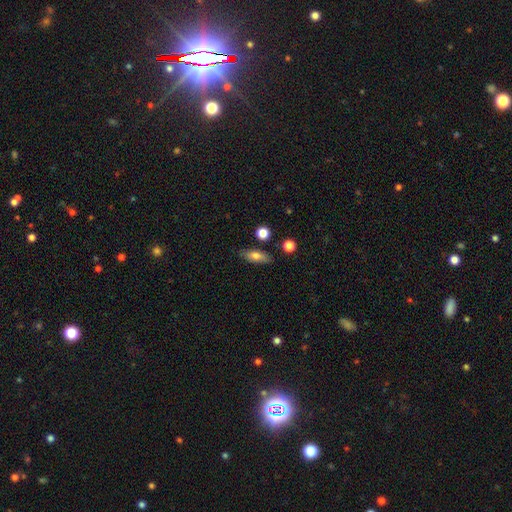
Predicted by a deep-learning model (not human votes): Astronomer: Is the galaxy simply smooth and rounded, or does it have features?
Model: smooth — 70%.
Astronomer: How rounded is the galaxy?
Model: in between — 64%.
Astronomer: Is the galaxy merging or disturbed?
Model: none — 83%.